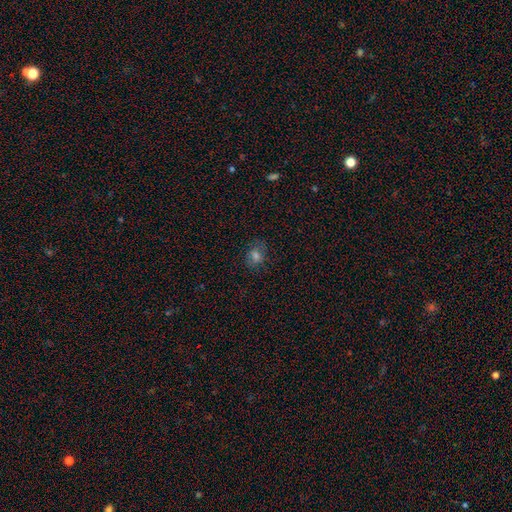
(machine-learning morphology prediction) Smooth or featured?
  - smooth: 61% *
  - star or artifact: 23%
  - featured or disk: 16%
How rounded?
  - round: 50% *
  - in between: 49%
  - cigar-shaped: 1%
Merging?
  - none: 74% *
  - minor disturbance: 17%
  - major disturbance: 7%
  - merger: 2%